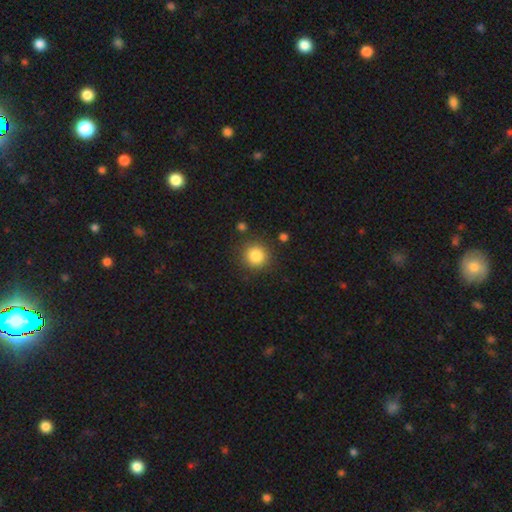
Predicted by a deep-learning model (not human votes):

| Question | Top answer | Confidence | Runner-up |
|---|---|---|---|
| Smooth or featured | smooth | 85% | star or artifact (10%) |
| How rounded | round | 93% | in between (6%) |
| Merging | none | 86% | minor disturbance (8%) |